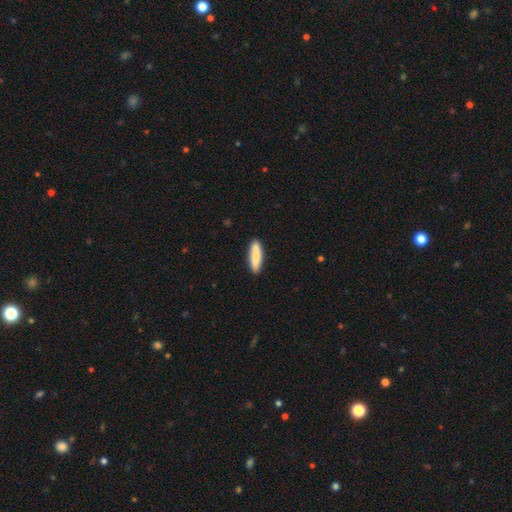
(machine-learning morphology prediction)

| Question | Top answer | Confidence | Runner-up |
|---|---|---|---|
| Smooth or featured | smooth | 84% | featured or disk (11%) |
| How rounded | cigar-shaped | 78% | in between (21%) |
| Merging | none | 89% | minor disturbance (8%) |